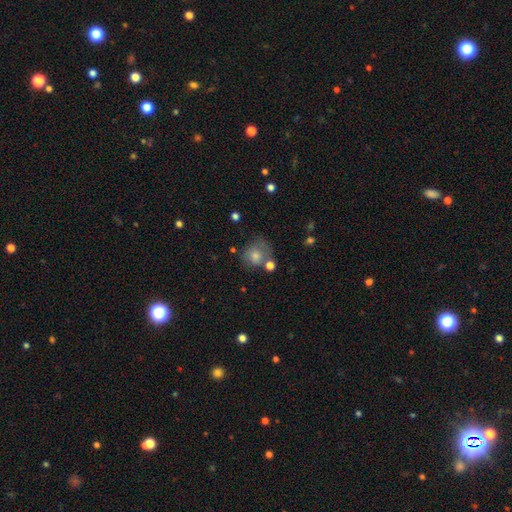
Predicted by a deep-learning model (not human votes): The model was most divided on "merging": none: 47%, minor disturbance: 25%, major disturbance: 14%, merger: 14%. More confident: how rounded — round (72%); smooth or featured — smooth (70%).